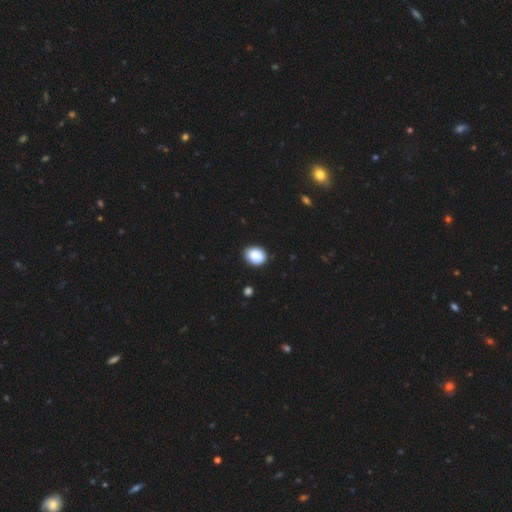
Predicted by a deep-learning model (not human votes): smooth 89%, star or artifact 8%, featured or disk 4%. Down the decision tree: how rounded — in between (59%); merging — none (85%).